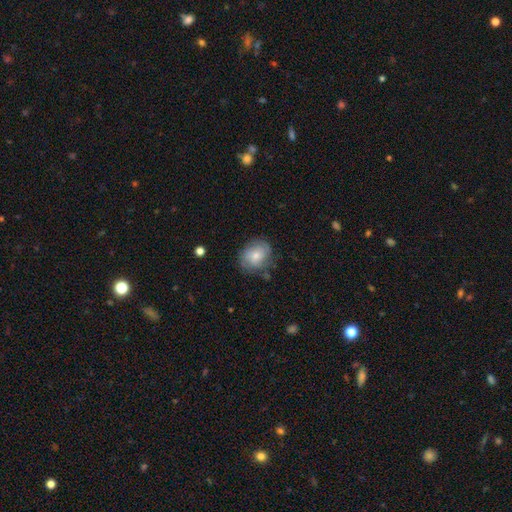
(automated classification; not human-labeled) The model was most divided on "how rounded": round: 54%, in between: 45%, cigar-shaped: 1%. More confident: merging — none (69%); smooth or featured — smooth (66%).